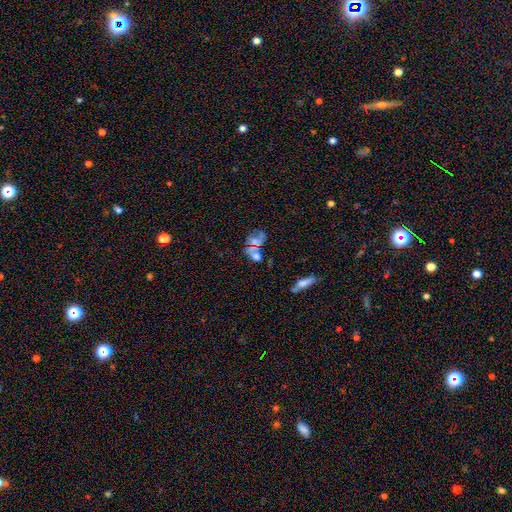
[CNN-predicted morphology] Smooth or featured? Predicted: smooth (p=0.41). Merging? Predicted: none (p=0.37).